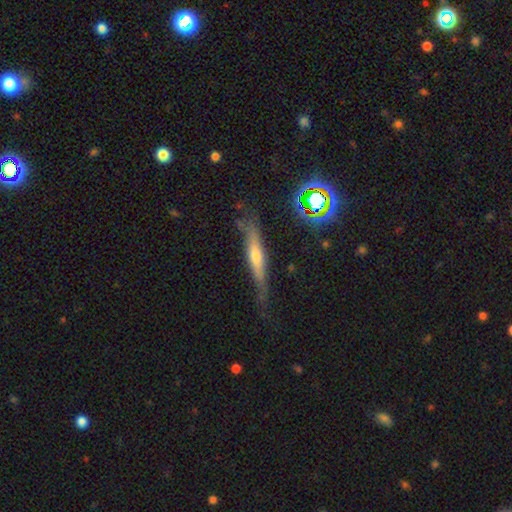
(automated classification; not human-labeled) This appears to be a featured or disk galaxy (56%) viewed edge-on (86%). Merging: none (62%).